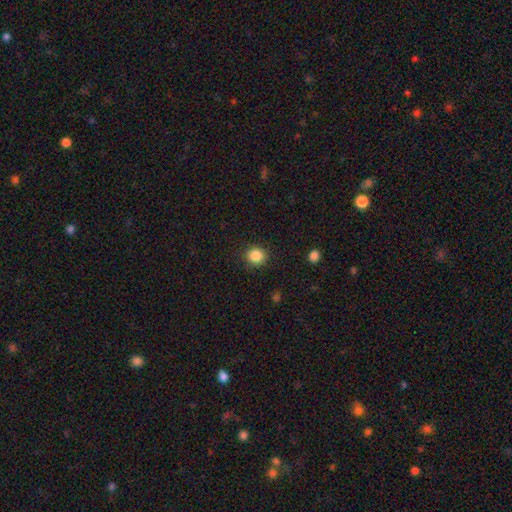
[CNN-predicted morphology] smooth_or_featured: smooth (p=0.86) [alt: star or artifact p=0.10]
how_rounded: round (p=0.87) [alt: in between p=0.12]
merging: none (p=0.90) [alt: minor disturbance p=0.07]